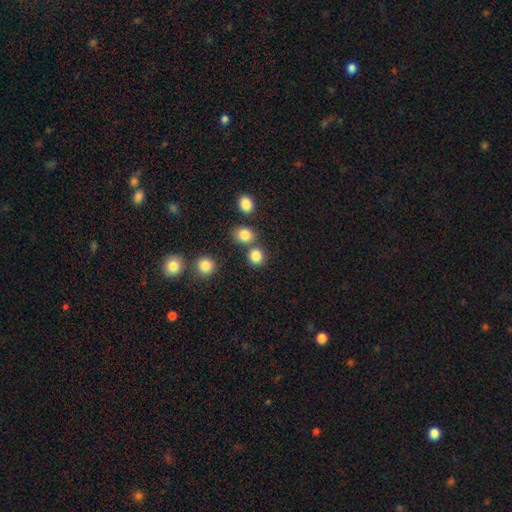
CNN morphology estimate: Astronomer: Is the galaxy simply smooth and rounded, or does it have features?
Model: smooth — 83%.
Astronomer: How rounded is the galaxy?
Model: round — 85%.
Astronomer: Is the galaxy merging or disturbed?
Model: none — 69%.